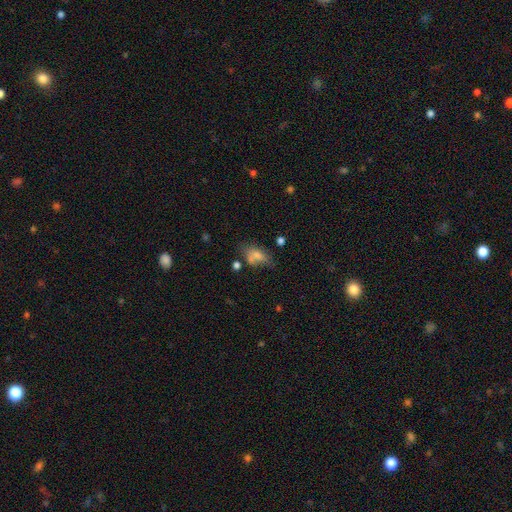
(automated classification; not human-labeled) Overall: smooth (70%). How rounded: in between (86%). Merging: none (39%; minor disturbance 27%).